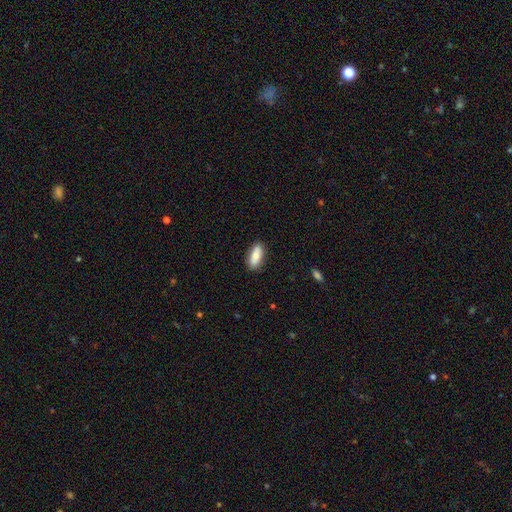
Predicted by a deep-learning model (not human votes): Smooth or featured?
  - smooth: 82% *
  - featured or disk: 12%
  - star or artifact: 7%
How rounded?
  - in between: 82% *
  - cigar-shaped: 16%
  - round: 2%
Merging?
  - none: 85% *
  - minor disturbance: 11%
  - major disturbance: 2%
  - merger: 1%